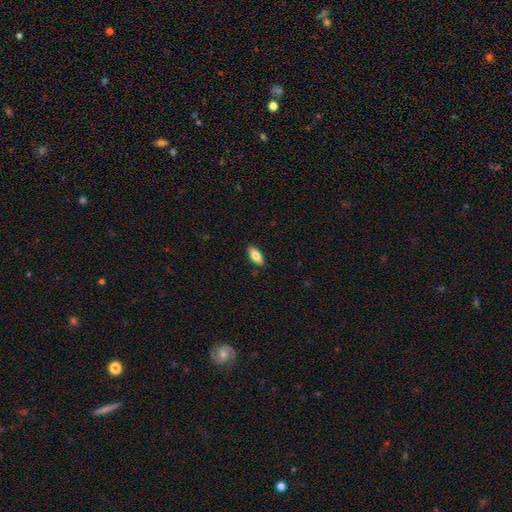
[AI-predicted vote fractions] Smooth or featured: smooth — 77% (featured or disk — 17%)
How rounded: in between — 83% (cigar-shaped — 14%)
Merging: none — 89% (minor disturbance — 8%)